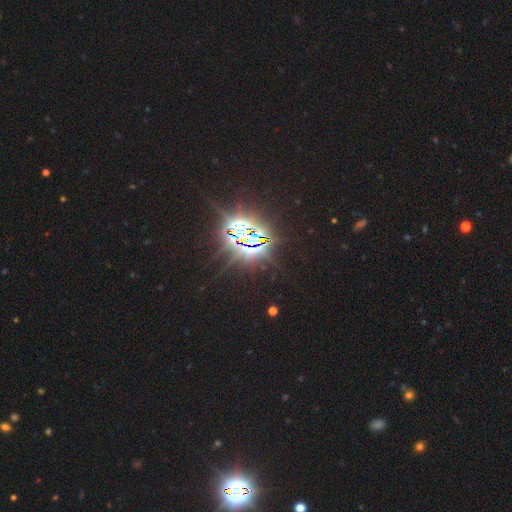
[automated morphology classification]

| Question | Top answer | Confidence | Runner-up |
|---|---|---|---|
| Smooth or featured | star or artifact | 86% | featured or disk (8%) |